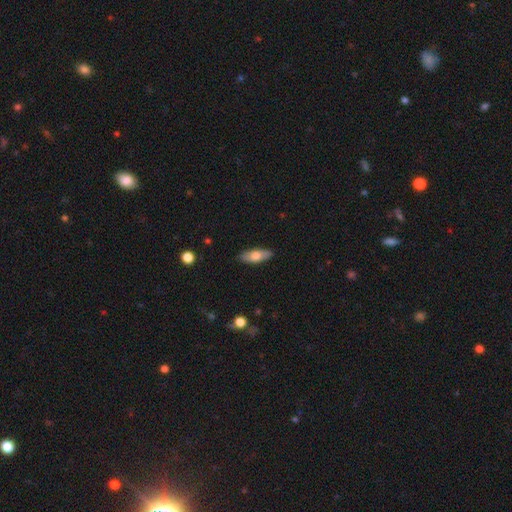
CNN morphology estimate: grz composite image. It shows a smooth galaxy with no disk features (67%) that is in between round and cigar-shaped (71%). Merging: none (86%).